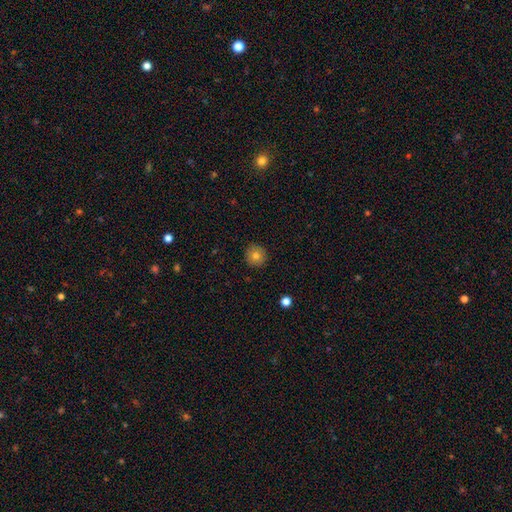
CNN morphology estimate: Overall: smooth (78%). How rounded: round (94%). Merging: none (91%).